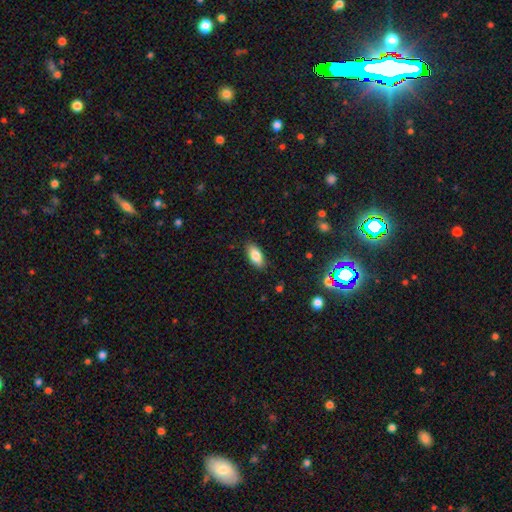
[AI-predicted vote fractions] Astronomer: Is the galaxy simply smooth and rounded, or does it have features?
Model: smooth — 84%.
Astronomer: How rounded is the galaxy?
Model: in between — 88%.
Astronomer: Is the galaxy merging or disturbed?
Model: none — 87%.